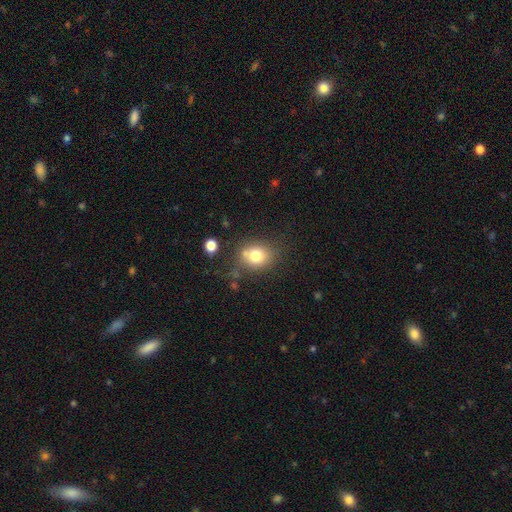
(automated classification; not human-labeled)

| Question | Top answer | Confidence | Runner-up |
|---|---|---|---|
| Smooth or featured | smooth | 76% | featured or disk (12%) |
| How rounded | round | 59% | in between (40%) |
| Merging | none | 65% | minor disturbance (17%) |